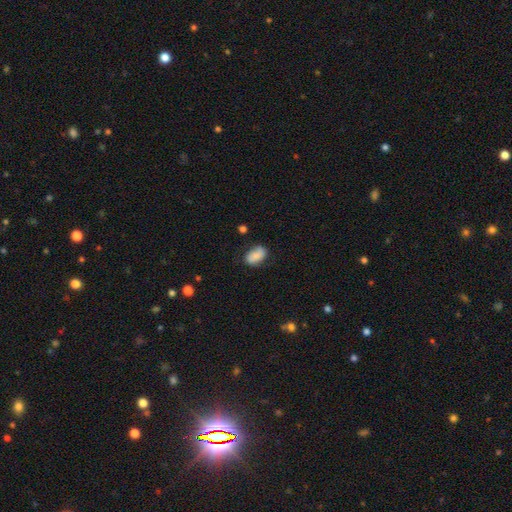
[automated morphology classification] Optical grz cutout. It shows a smooth galaxy with no disk features (77%) that is in between round and cigar-shaped (88%). Merging: none (68%).